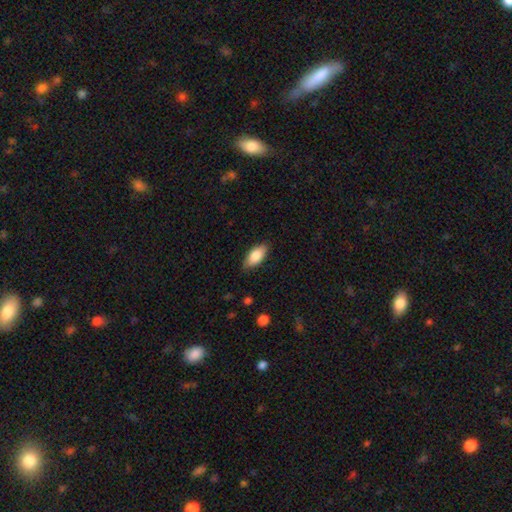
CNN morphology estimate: smooth 84%, featured or disk 9%, star or artifact 6%. Down the decision tree: how rounded — in between (90%); merging — none (81%).